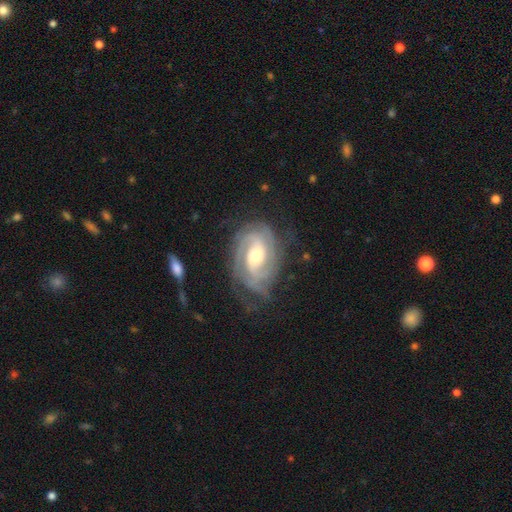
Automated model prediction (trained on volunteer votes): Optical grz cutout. It shows a featured or disk galaxy (89%) with no bar (43%), 2 (40%) tight (64%) spiral arms (97%) and a moderate central bulge (67%). Merging: none (69%).